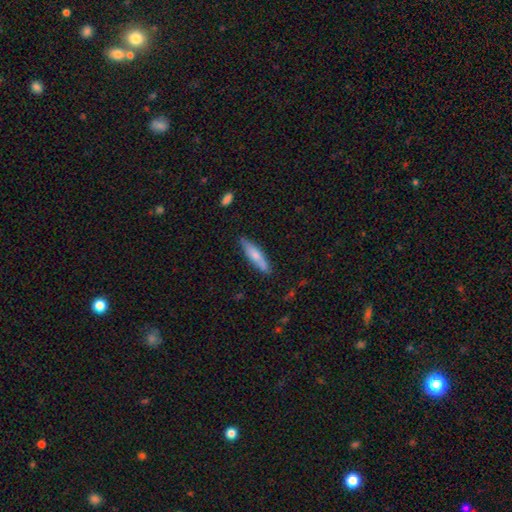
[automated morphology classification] This is likely a smooth galaxy (64%). How rounded: clearly cigar-shaped (80%). Merging: clearly none (81%).